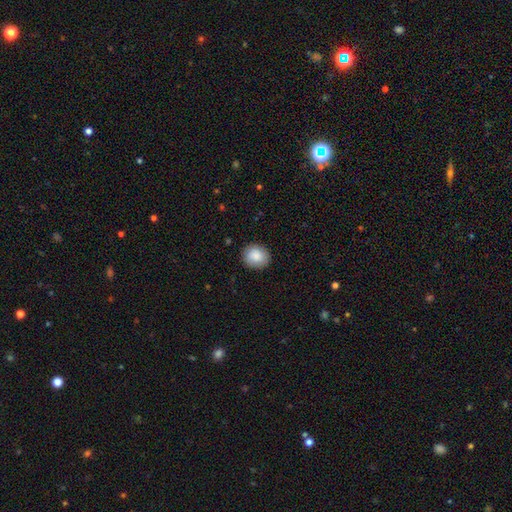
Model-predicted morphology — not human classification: A smooth galaxy with no disk features (87%) that is round (80%). Merging: none (88%).